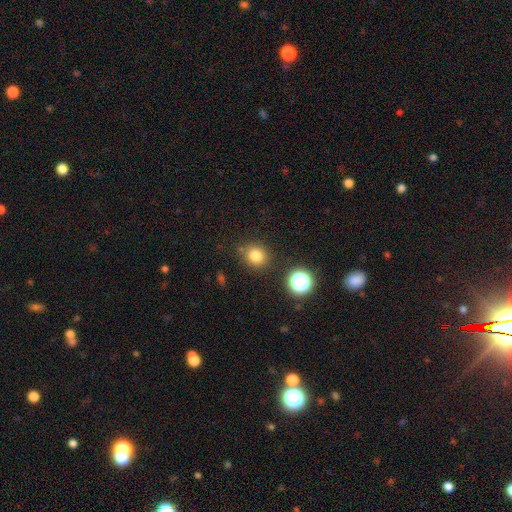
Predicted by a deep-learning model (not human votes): Smooth or featured?
  - smooth: 80% *
  - star or artifact: 14%
  - featured or disk: 6%
How rounded?
  - round: 83% *
  - in between: 16%
  - cigar-shaped: 1%
Merging?
  - none: 81% *
  - minor disturbance: 11%
  - merger: 5%
  - major disturbance: 3%